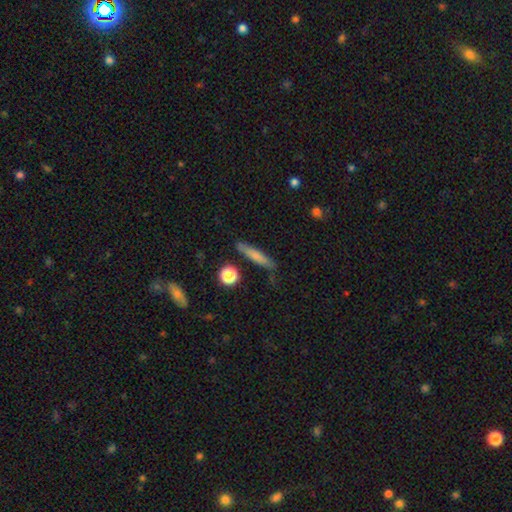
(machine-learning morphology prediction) Smooth or featured? smooth (69%)
How rounded? cigar-shaped (87%)
Merging? none (81%)